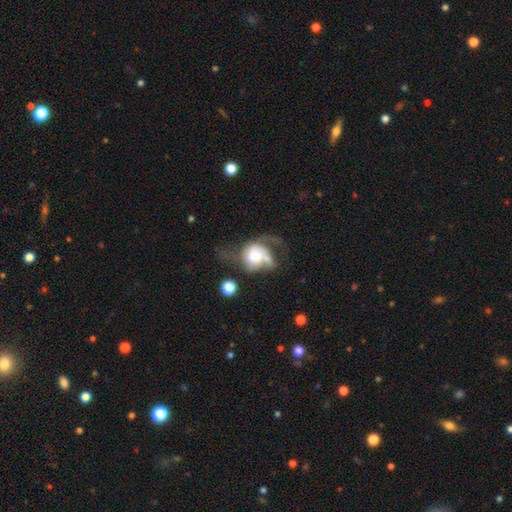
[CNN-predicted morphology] featured or disk 51%, smooth 41%, star or artifact 8%. Down the decision tree: edge-on disk — no (96%); merging — major disturbance (44%).